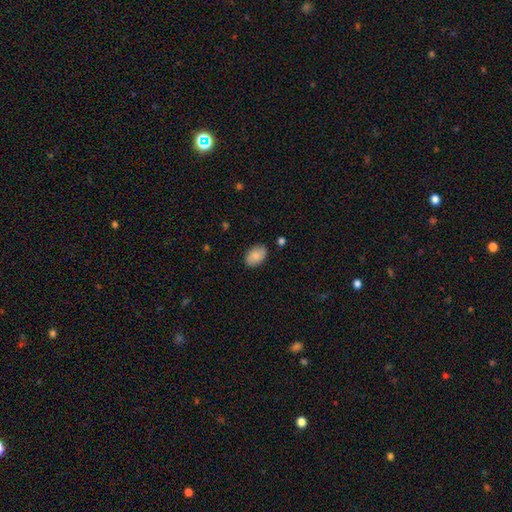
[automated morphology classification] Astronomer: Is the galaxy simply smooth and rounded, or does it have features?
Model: smooth — 83%.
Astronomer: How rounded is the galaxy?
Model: in between — 90%.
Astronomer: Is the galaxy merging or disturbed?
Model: none — 84%.